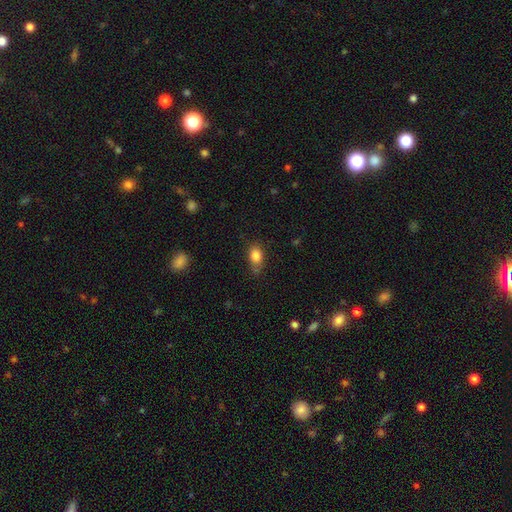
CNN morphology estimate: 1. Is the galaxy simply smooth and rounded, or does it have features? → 84% smooth, 9% star or artifact, 6% featured or disk.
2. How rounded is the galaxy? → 76% in between, 22% round, 2% cigar-shaped.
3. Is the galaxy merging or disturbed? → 70% none, 21% minor disturbance, 5% major disturbance, 5% merger.